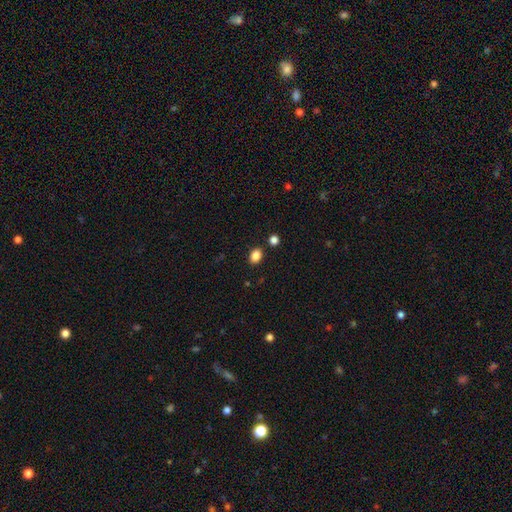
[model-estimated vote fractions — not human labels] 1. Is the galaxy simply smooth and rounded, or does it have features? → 86% smooth, 10% star or artifact, 4% featured or disk.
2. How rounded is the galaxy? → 70% in between, 29% round, 1% cigar-shaped.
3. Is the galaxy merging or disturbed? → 85% none, 9% minor disturbance, 4% merger, 2% major disturbance.